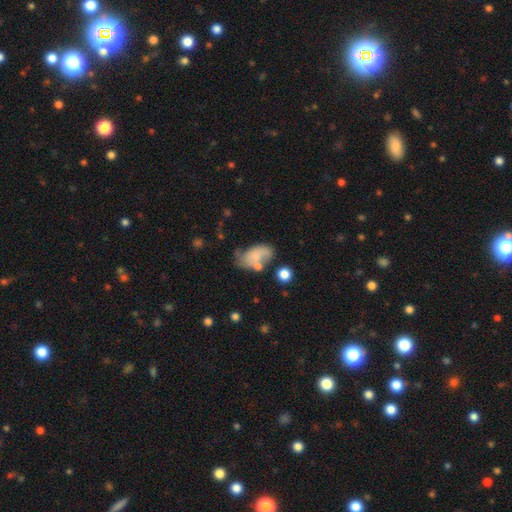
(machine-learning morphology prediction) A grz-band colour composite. It shows a smooth galaxy with no disk features (62%) that is in between round and cigar-shaped (90%). Merging: none (36%).